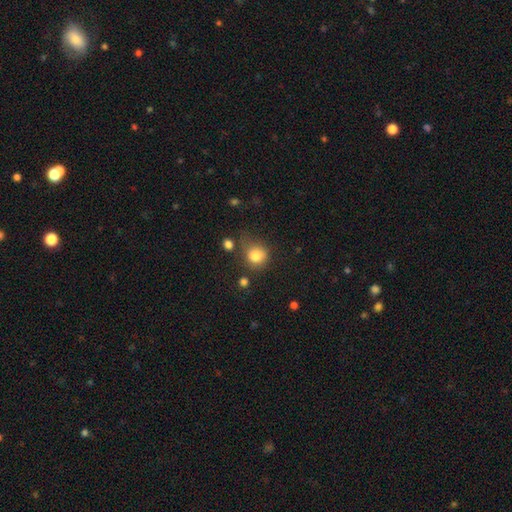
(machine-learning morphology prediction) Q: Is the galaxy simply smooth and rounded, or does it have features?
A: smooth — 81%.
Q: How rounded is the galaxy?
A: round — 84%.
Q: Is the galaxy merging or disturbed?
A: none — 60%.